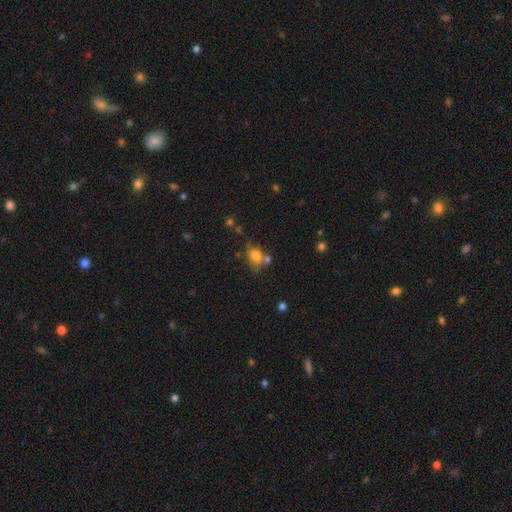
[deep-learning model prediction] Smooth or featured? Predicted: smooth (p=0.78). How rounded? Predicted: in between (p=0.57). Merging? Predicted: none (p=0.51).